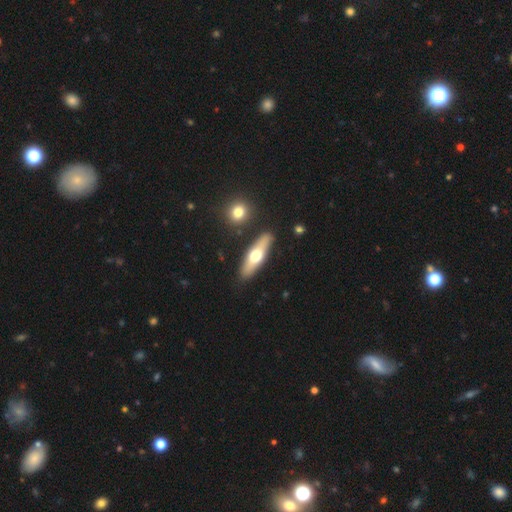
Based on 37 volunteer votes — Q: Smooth or featured?
A: smooth (57%); runner-up: featured or disk (38%)
Q: How rounded?
A: cigar-shaped (76%); runner-up: in between (24%)
Q: Merging?
A: none (80%); runner-up: minor disturbance (17%)